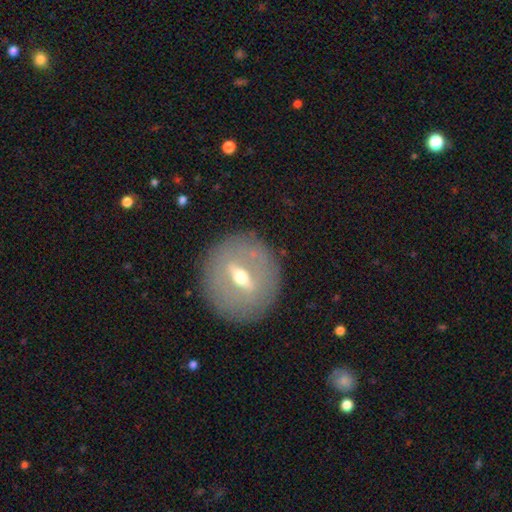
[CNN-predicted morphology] smooth_or_featured: featured or disk (p=0.63) [alt: smooth p=0.26]
disk_edge_on: no (p=0.70) [alt: yes p=0.30]
merging: none (p=0.87) [alt: minor disturbance p=0.09]